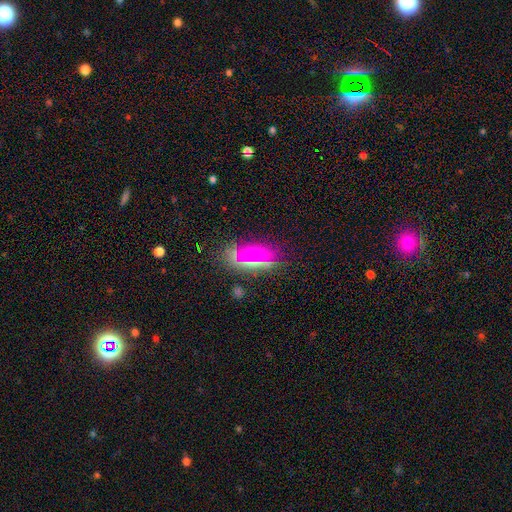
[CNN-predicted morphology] A smooth galaxy with no disk features (50%) that is in between round and cigar-shaped (78%). Merging: none (76%).